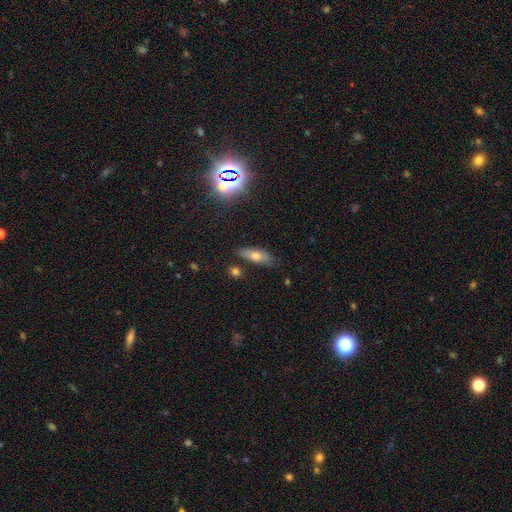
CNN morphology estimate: smooth 66%, featured or disk 22%, star or artifact 12%. Down the decision tree: how rounded — in between (65%); merging — none (78%).